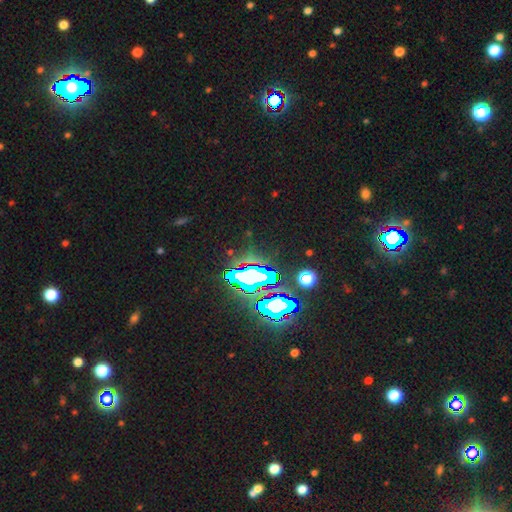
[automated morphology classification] The model was most divided on "smooth or featured": star or artifact: 83%, smooth: 10%, featured or disk: 7%.